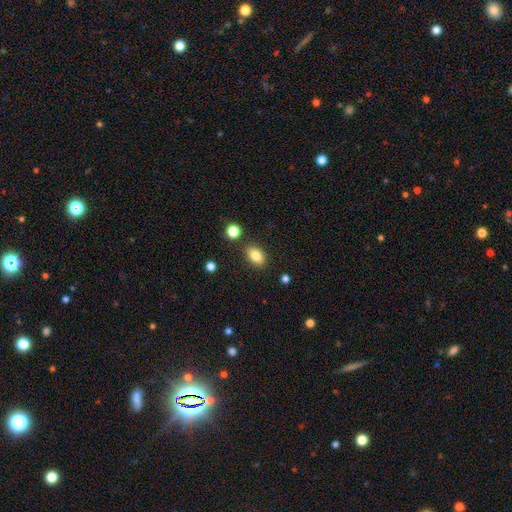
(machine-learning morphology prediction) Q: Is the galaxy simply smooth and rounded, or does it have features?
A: smooth — 82%.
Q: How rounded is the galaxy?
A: in between — 85%.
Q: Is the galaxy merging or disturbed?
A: none — 85%.